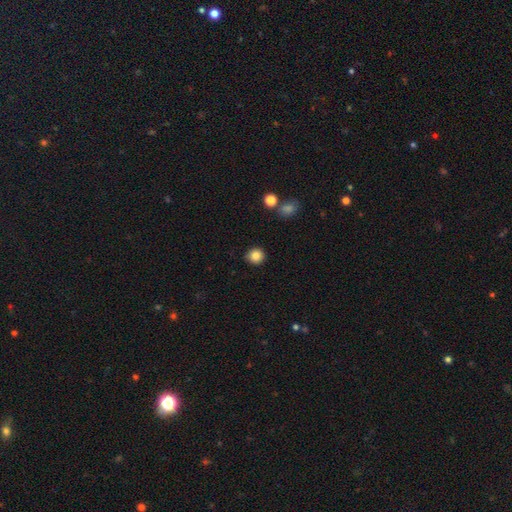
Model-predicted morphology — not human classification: A smooth galaxy with no disk features (85%) that is round (91%).

Vote fractions:
- Smooth or featured? smooth: 85% / star or artifact: 10% / featured or disk: 5%
- How rounded? round: 91% / in between: 8% / cigar-shaped: 1%
- Merging? none: 89% / minor disturbance: 7% / major disturbance: 2% / merger: 2%